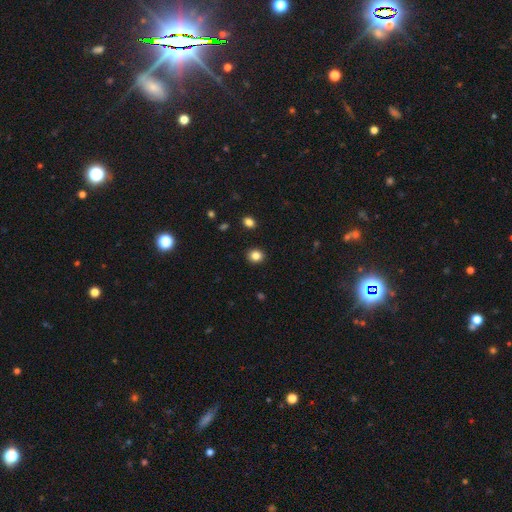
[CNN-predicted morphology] smooth-or-featured: smooth: 84% | star or artifact: 11% | featured or disk: 5%
  how-rounded: round: 78% | in between: 21% | cigar-shaped: 1%
  merging: none: 91% | minor disturbance: 6% | major disturbance: 2% | merger: 1%